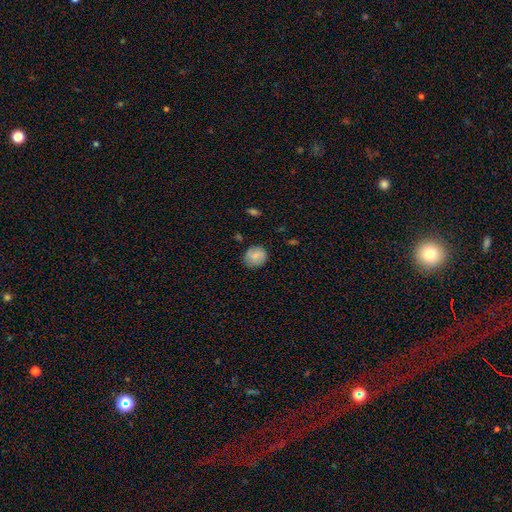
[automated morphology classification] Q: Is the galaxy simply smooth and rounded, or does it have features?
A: smooth — 81%.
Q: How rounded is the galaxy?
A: round — 81%.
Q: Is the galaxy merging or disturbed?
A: none — 80%.